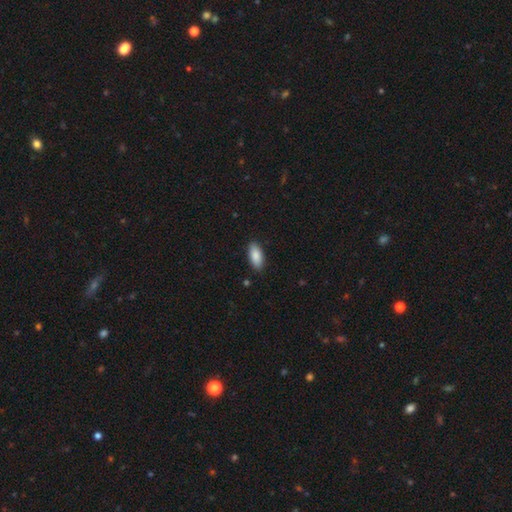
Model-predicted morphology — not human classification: smooth_or_featured: smooth (p=0.87) [alt: featured or disk p=0.07]
how_rounded: in between (p=0.88) [alt: cigar-shaped p=0.10]
merging: none (p=0.88) [alt: minor disturbance p=0.09]